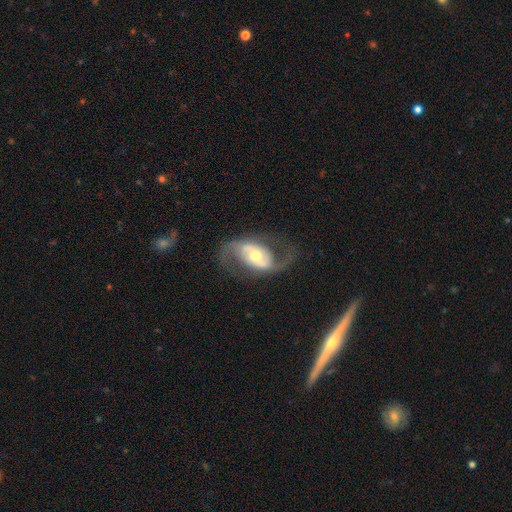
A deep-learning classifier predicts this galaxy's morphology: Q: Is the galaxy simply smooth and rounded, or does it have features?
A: featured or disk — 83%.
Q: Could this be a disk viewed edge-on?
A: no — 95%.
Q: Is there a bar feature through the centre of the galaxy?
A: no — 48%.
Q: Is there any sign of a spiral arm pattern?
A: yes — 88%.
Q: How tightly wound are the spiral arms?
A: medium — 45%.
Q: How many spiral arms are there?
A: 2 — 90%.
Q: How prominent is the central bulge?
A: moderate — 62%.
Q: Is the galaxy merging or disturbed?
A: none — 69%.